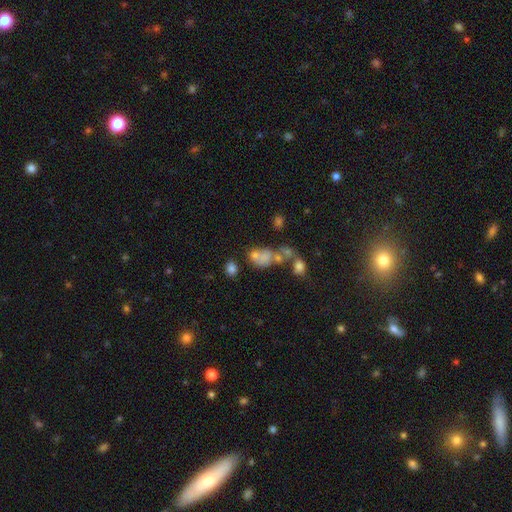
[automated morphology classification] Smooth or featured?
  - smooth: 40% *
  - star or artifact: 35%
  - featured or disk: 25%
Merging?
  - merger: 36% *
  - none: 34%
  - major disturbance: 16%
  - minor disturbance: 13%